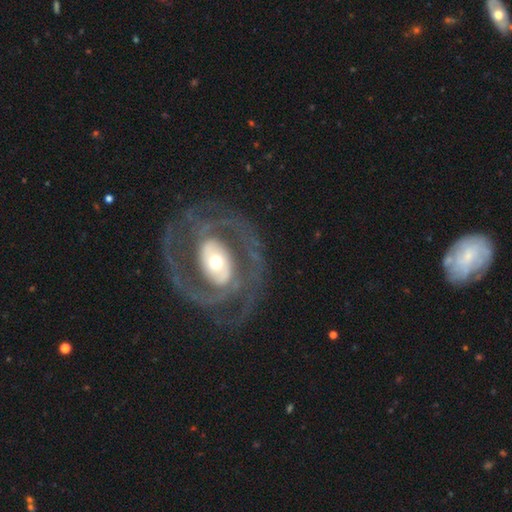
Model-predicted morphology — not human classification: The model was most divided on "bar": strong: 36%, no: 35%, weak: 30%. More confident: edge-on disk — no (96%); spiral arms — yes (90%); smooth or featured — featured or disk (88%); merging — none (77%); spiral arm count — 2 (76%); spiral winding — tight (51%); bulge size — moderate (51%).